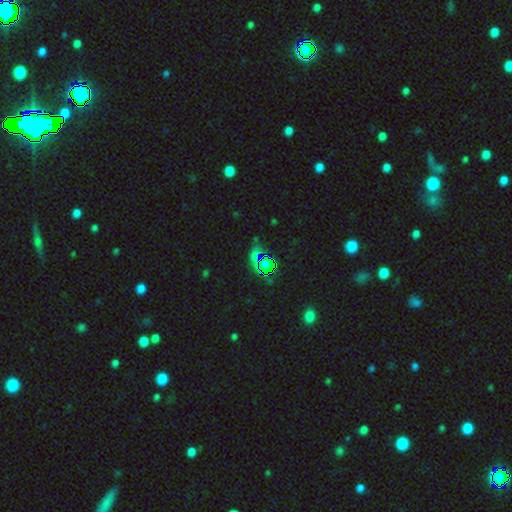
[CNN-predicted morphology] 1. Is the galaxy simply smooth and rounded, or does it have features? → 62% star or artifact, 28% smooth, 9% featured or disk.